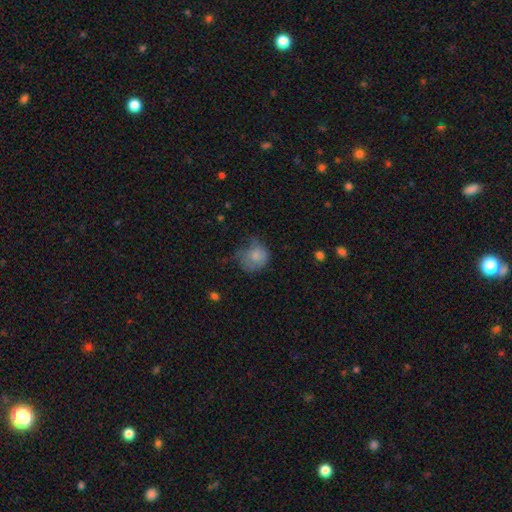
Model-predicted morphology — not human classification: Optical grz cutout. It shows a smooth galaxy with no disk features (73%) that is round (72%). Merging: none (36%).